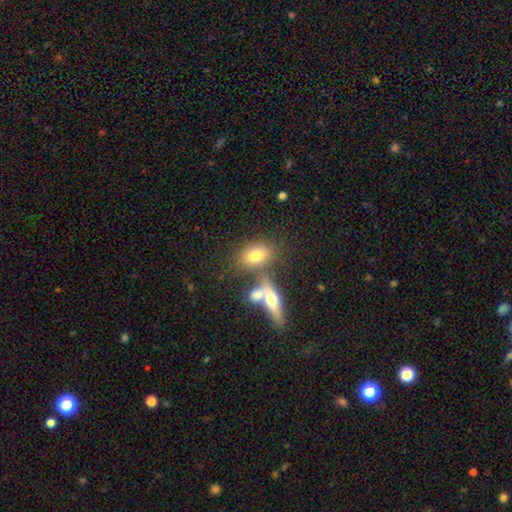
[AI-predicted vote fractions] smooth-or-featured: smooth: 72% | featured or disk: 18% | star or artifact: 10%
  how-rounded: in between: 75% | round: 20% | cigar-shaped: 4%
  merging: none: 54% | merger: 29% | minor disturbance: 11% | major disturbance: 6%